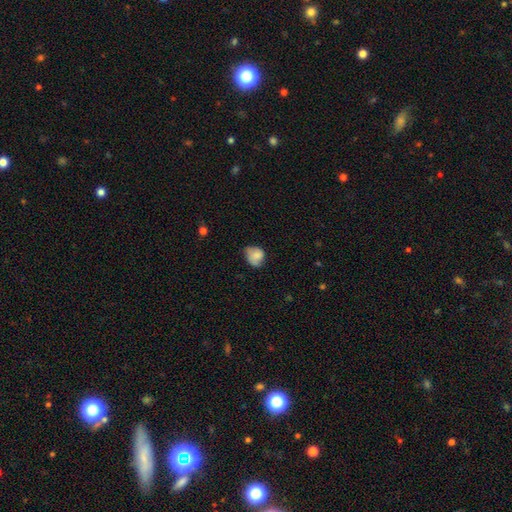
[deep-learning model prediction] This appears to be a smooth galaxy with no disk features (75%) that is round (55%). Merging: none (45%).